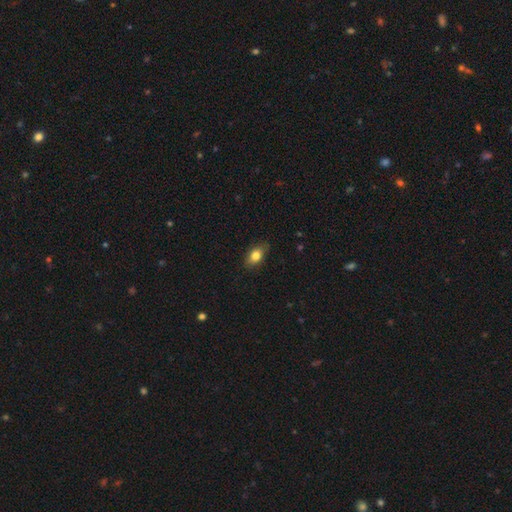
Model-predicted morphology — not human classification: Smooth or featured?
  - smooth: 80% *
  - featured or disk: 12%
  - star or artifact: 8%
How rounded?
  - in between: 81% *
  - round: 15%
  - cigar-shaped: 4%
Merging?
  - none: 81% *
  - minor disturbance: 15%
  - major disturbance: 3%
  - merger: 1%